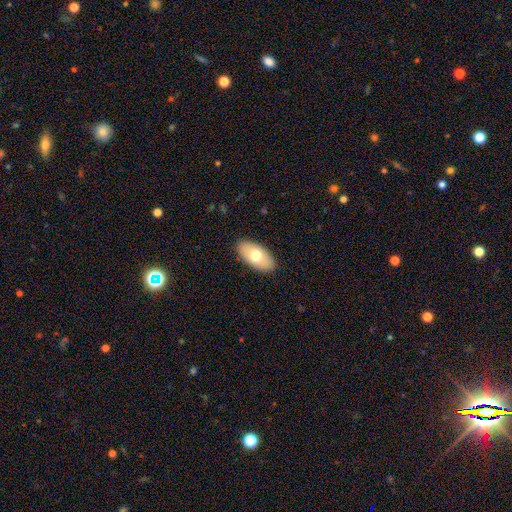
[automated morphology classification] smooth 69%, featured or disk 25%, star or artifact 6%. Down the decision tree: how rounded — in between (94%); merging — none (89%).